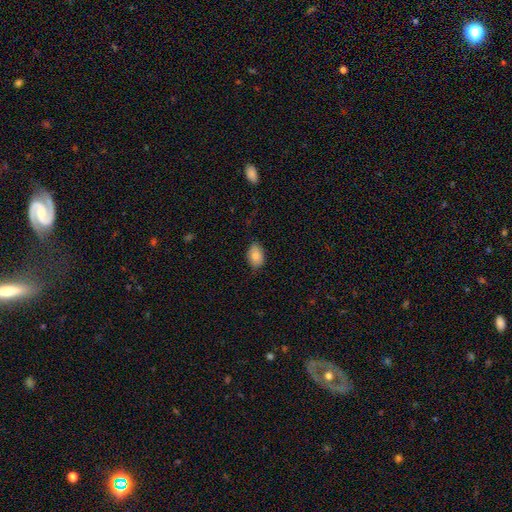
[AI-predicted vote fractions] This appears to be a smooth galaxy with no disk features (85%) that is in between round and cigar-shaped (87%). Merging: none (80%).